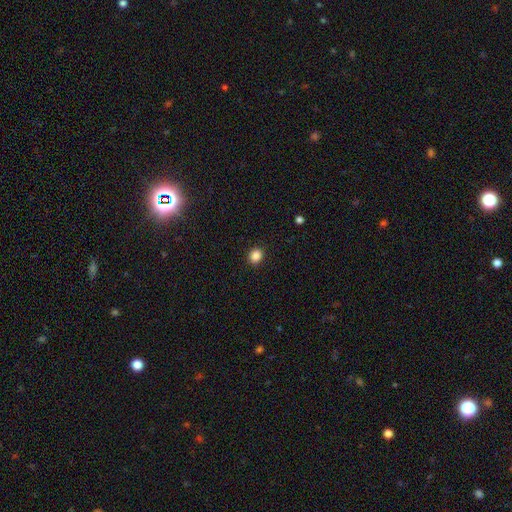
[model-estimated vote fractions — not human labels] Morphology: type=smooth (86%); roundness=round (68%); merging=none (91%).